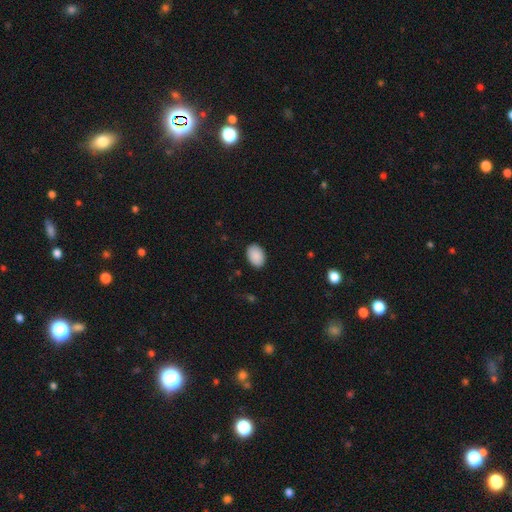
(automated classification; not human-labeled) Smooth or featured: smooth — 90% (star or artifact — 7%)
How rounded: in between — 84% (round — 15%)
Merging: none — 88% (minor disturbance — 9%)